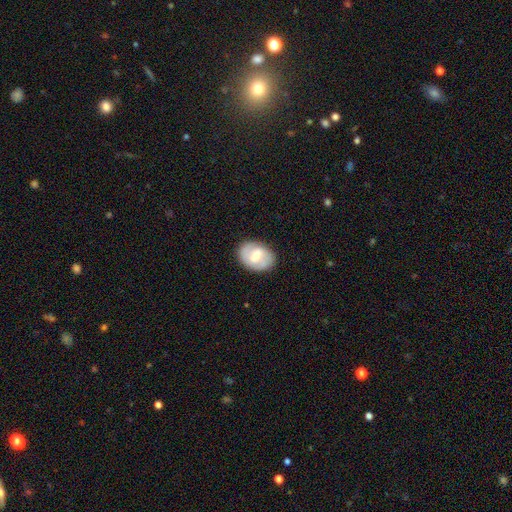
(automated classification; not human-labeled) Morphology: type=featured or disk (49%); merging=none (84%).